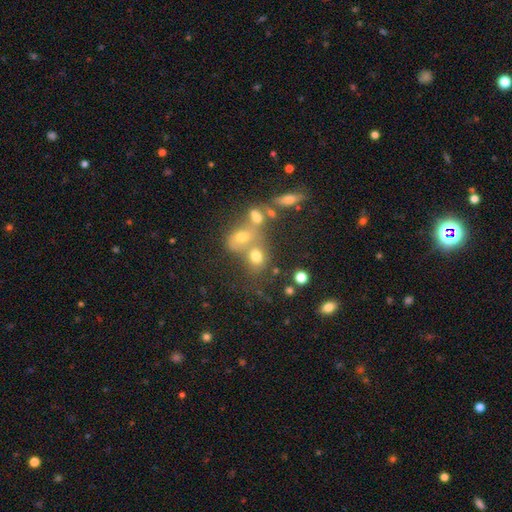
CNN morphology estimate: A smooth galaxy with no disk features (60%) that is round (58%). Merging: merger (47%).